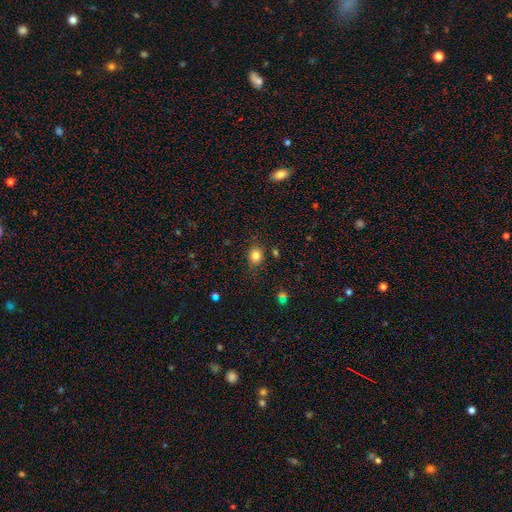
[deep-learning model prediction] Smooth or featured?
  - smooth: 83% *
  - star or artifact: 12%
  - featured or disk: 6%
How rounded?
  - round: 64% *
  - in between: 35%
  - cigar-shaped: 1%
Merging?
  - none: 81% *
  - minor disturbance: 13%
  - major disturbance: 4%
  - merger: 3%